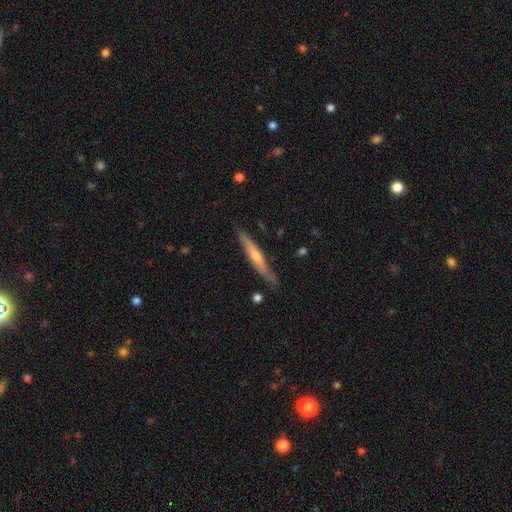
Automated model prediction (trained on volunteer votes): Overall: featured or disk (55%; smooth 39%). Edge-on disk: yes (93%). Edge-on bulge: rounded (59%; none 33%). Merging: none (83%).